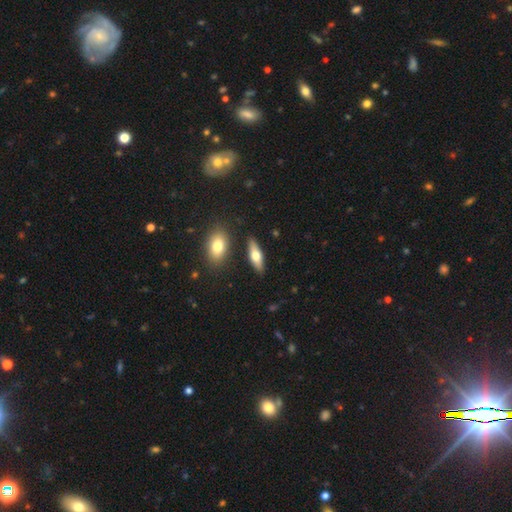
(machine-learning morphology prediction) Smooth or featured?
  - smooth: 60% *
  - featured or disk: 34%
  - star or artifact: 6%
How rounded?
  - in between: 56% *
  - cigar-shaped: 41%
  - round: 3%
Merging?
  - none: 85% *
  - minor disturbance: 9%
  - merger: 4%
  - major disturbance: 2%